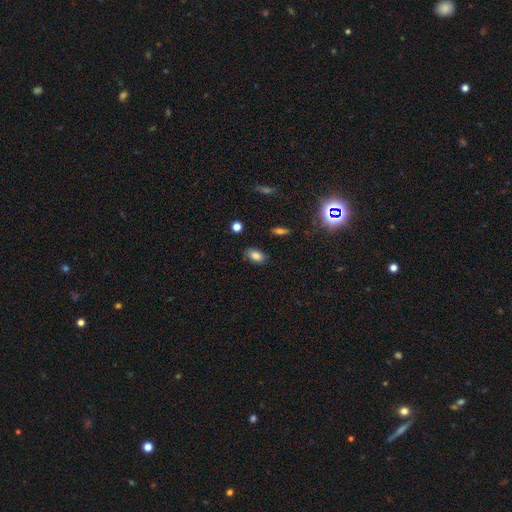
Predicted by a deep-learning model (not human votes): smooth-or-featured: smooth: 83% | star or artifact: 10% | featured or disk: 7%
  how-rounded: in between: 89% | round: 9% | cigar-shaped: 2%
  merging: none: 84% | minor disturbance: 12% | major disturbance: 3% | merger: 2%